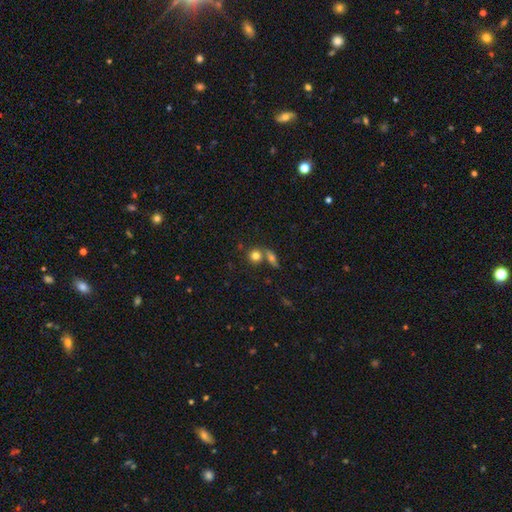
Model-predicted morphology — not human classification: Smooth or featured?
  - smooth: 79% *
  - star or artifact: 11%
  - featured or disk: 10%
How rounded?
  - round: 82% *
  - in between: 16%
  - cigar-shaped: 2%
Merging?
  - none: 53% *
  - merger: 34%
  - minor disturbance: 9%
  - major disturbance: 4%